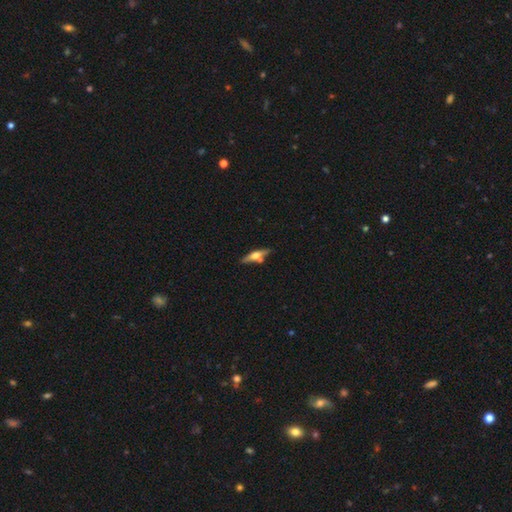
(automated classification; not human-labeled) A featured or disk galaxy (63%) viewed edge-on (94%) with a rounded central bulge (92%). Merging: none (73%).